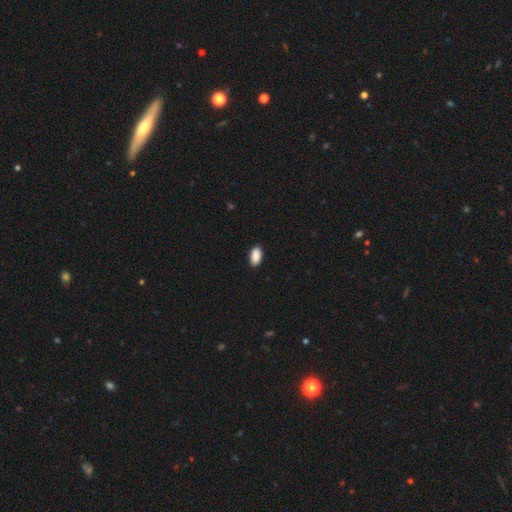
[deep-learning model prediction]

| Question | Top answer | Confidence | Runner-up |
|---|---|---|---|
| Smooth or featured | smooth | 91% | star or artifact (7%) |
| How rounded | in between | 94% | round (3%) |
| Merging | none | 89% | minor disturbance (9%) |